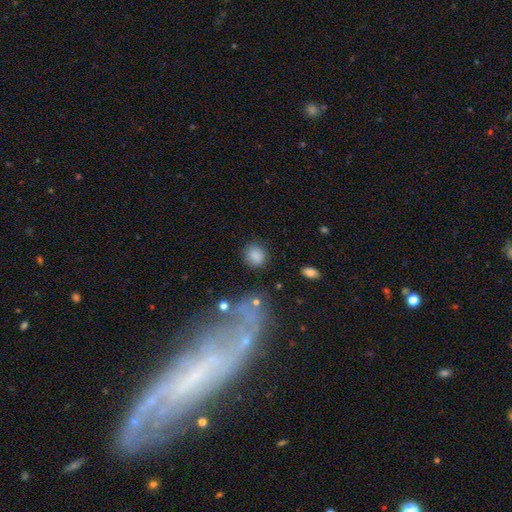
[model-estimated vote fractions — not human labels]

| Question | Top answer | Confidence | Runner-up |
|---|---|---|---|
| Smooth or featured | smooth | 85% | star or artifact (9%) |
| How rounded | round | 80% | in between (19%) |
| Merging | none | 82% | minor disturbance (11%) |